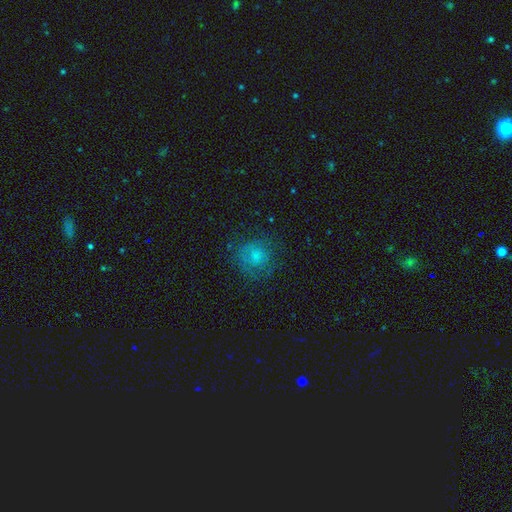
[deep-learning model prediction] A smooth galaxy with no disk features (56%) that is round (82%).

Vote fractions:
- Smooth or featured? smooth: 56% / featured or disk: 24% / star or artifact: 19%
- How rounded? round: 82% / in between: 17% / cigar-shaped: 1%
- Merging? none: 72% / minor disturbance: 17% / major disturbance: 11% / merger: 1%